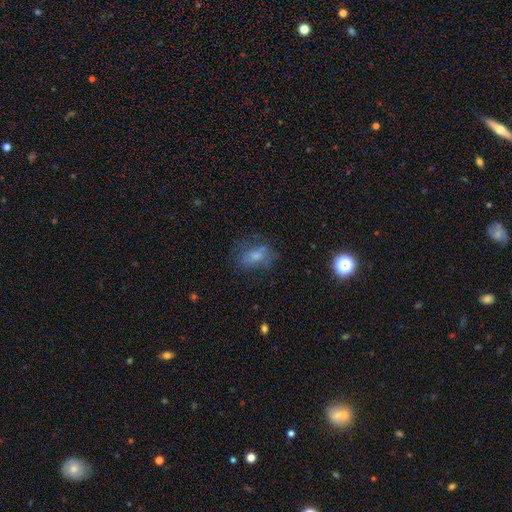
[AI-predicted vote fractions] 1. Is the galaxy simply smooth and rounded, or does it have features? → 62% smooth, 25% featured or disk, 14% star or artifact.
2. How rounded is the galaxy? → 76% in between, 20% round, 4% cigar-shaped.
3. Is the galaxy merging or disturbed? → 55% none, 23% minor disturbance, 19% major disturbance, 4% merger.